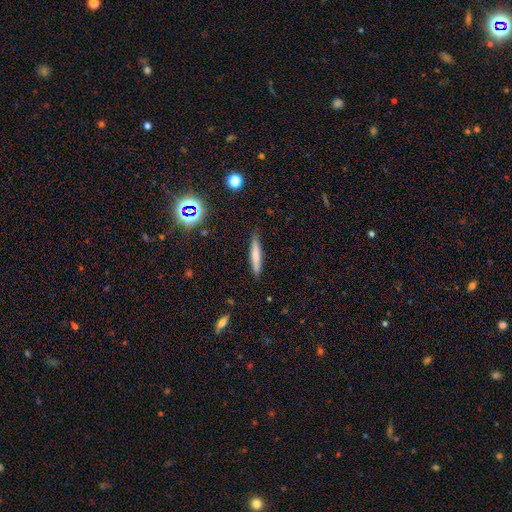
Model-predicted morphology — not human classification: A smooth galaxy with no disk features (69%) that is cigar-shaped (92%).

Vote fractions:
- Smooth or featured? smooth: 69% / featured or disk: 24% / star or artifact: 7%
- How rounded? cigar-shaped: 92% / in between: 6% / round: 1%
- Merging? none: 87% / minor disturbance: 10% / major disturbance: 2% / merger: 1%